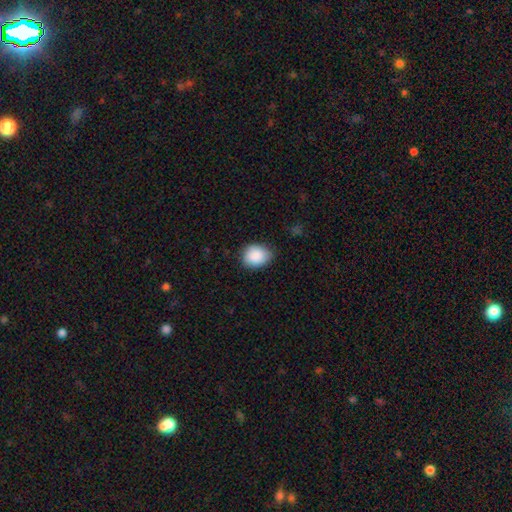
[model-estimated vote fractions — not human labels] smooth_or_featured: smooth (p=0.89) [alt: star or artifact p=0.07]
how_rounded: in between (p=0.52) [alt: round p=0.47]
merging: none (p=0.78) [alt: minor disturbance p=0.18]